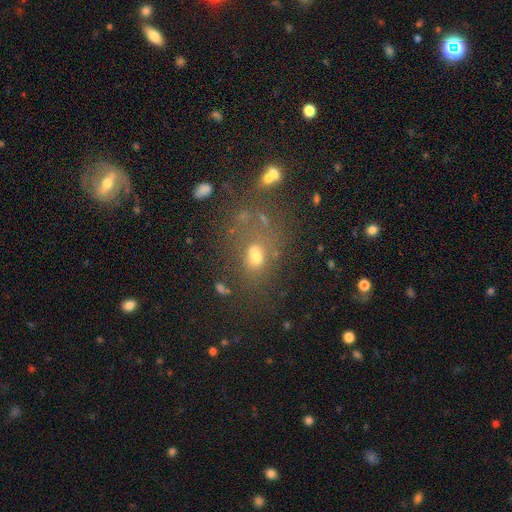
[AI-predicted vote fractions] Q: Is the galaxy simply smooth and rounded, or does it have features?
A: smooth — 50%.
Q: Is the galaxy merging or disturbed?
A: none — 42%.